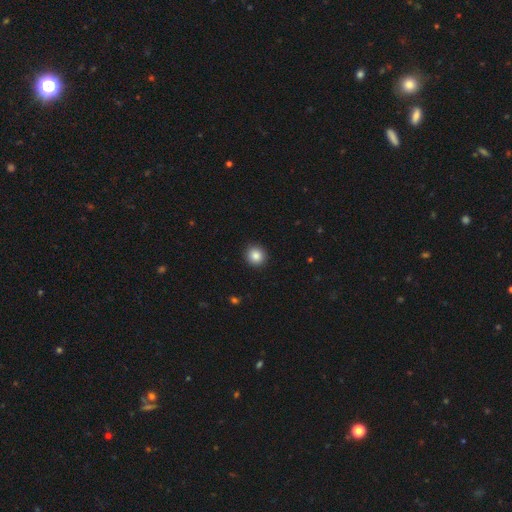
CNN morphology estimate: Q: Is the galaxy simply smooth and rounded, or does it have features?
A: smooth — 86%.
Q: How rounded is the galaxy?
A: round — 92%.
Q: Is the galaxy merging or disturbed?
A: none — 92%.